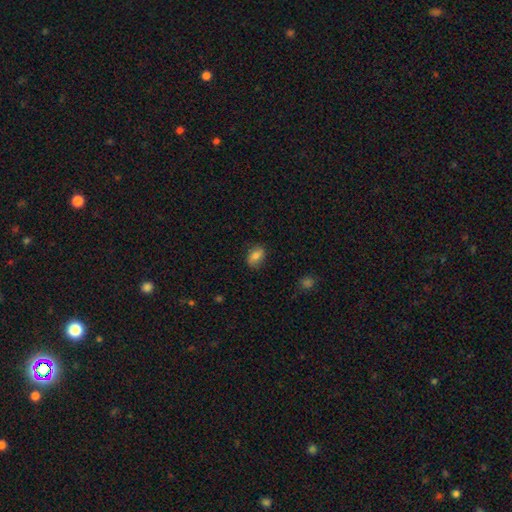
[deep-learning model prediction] Q: Smooth or featured?
A: smooth (78%); runner-up: featured or disk (13%)
Q: How rounded?
A: in between (83%); runner-up: round (14%)
Q: Merging?
A: none (82%); runner-up: minor disturbance (14%)